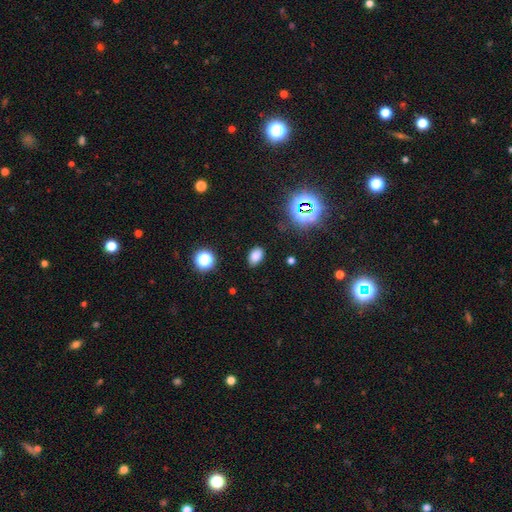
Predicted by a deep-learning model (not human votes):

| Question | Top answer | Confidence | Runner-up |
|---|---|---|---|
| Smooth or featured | smooth | 79% | star or artifact (16%) |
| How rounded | in between | 86% | round (12%) |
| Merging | none | 85% | minor disturbance (11%) |